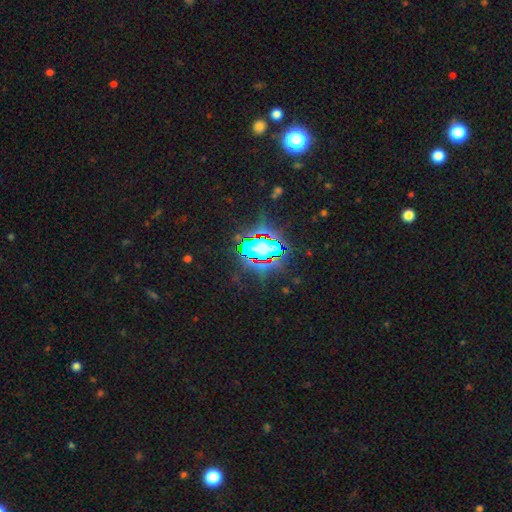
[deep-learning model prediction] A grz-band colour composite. It shows a star or artifact, not a galaxy (81%).